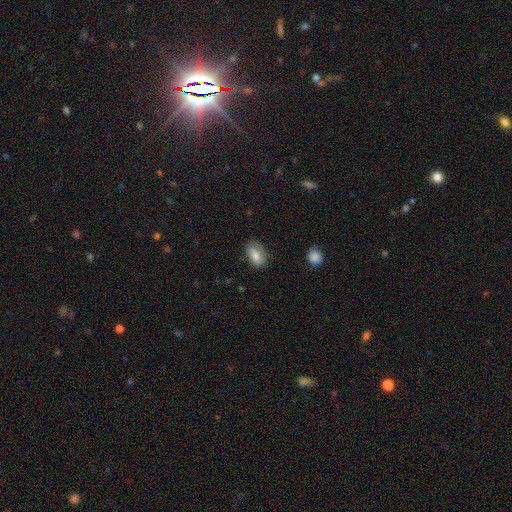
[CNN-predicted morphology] The model was most divided on "merging": none: 69%, minor disturbance: 23%, major disturbance: 7%, merger: 2%. More confident: how rounded — in between (89%); smooth or featured — smooth (71%).